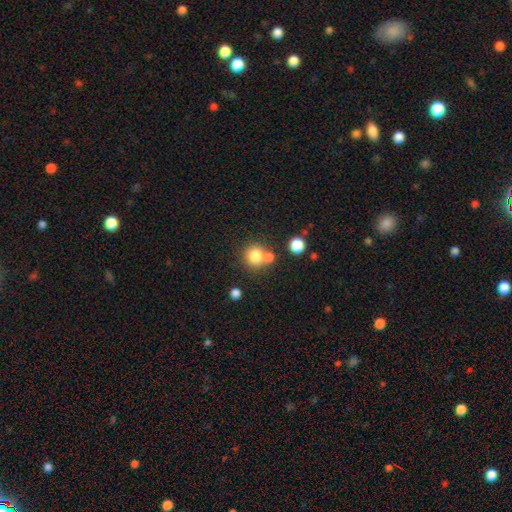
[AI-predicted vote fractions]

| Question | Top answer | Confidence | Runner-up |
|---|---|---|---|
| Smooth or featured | smooth | 80% | star or artifact (11%) |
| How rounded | round | 88% | in between (11%) |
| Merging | none | 59% | merger (29%) |